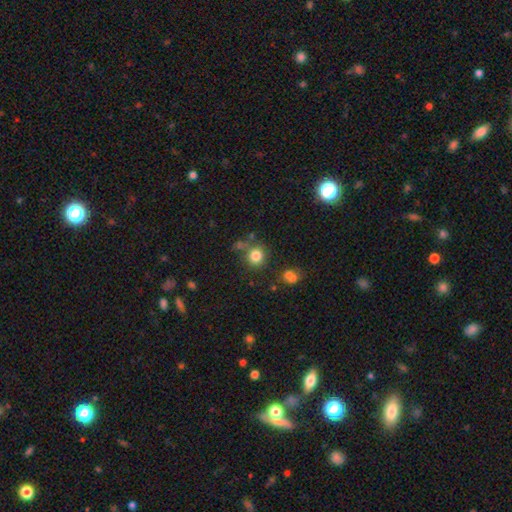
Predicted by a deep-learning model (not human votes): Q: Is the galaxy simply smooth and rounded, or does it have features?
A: smooth — 80%.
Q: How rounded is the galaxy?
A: round — 87%.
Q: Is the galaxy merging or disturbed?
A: none — 71%.